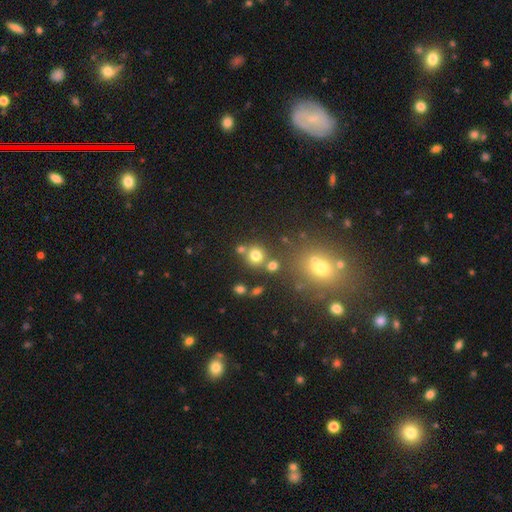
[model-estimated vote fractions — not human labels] The model was most divided on "merging": none: 69%, merger: 17%, minor disturbance: 9%, major disturbance: 4%. More confident: how rounded — round (88%); smooth or featured — smooth (73%).